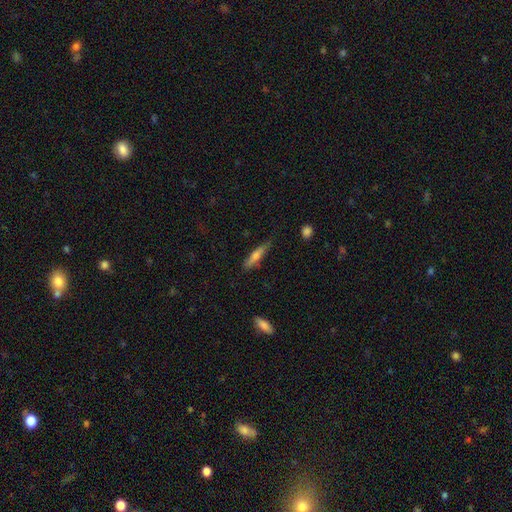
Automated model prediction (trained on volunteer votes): Q: Smooth or featured?
A: smooth (53%); runner-up: featured or disk (39%)
Q: How rounded?
A: cigar-shaped (85%); runner-up: in between (13%)
Q: Merging?
A: none (78%); runner-up: minor disturbance (18%)